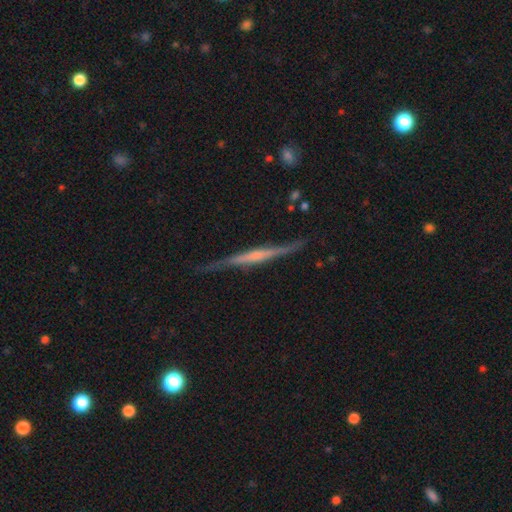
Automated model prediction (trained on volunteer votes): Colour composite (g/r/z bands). It shows a featured or disk galaxy (73%) viewed edge-on (97%) with no central bulge (41%). Merging: none (81%).